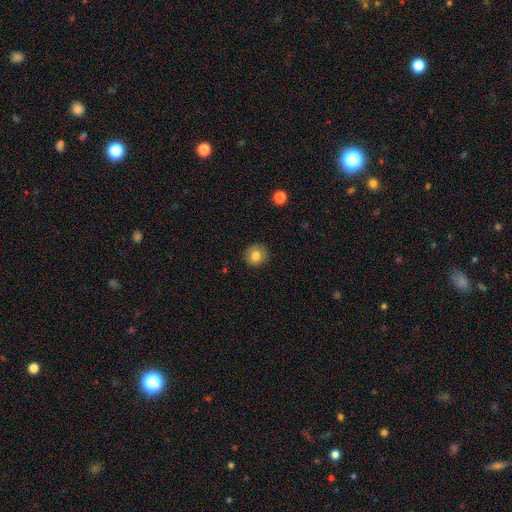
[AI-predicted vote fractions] Q: Smooth or featured?
A: smooth (78%); runner-up: featured or disk (12%)
Q: How rounded?
A: round (90%); runner-up: in between (9%)
Q: Merging?
A: none (90%); runner-up: minor disturbance (7%)